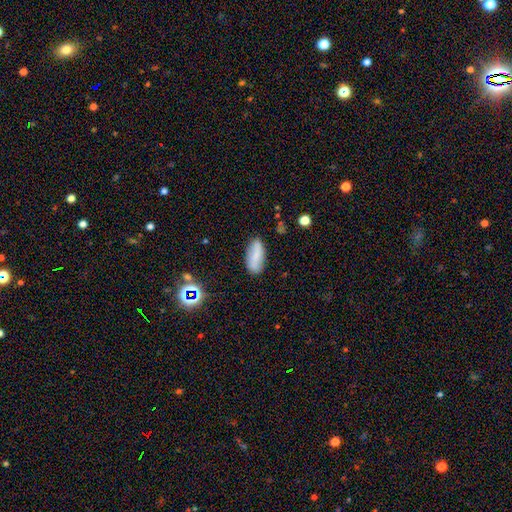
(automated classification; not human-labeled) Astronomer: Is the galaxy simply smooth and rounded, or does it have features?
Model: smooth — 73%.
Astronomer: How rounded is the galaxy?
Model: in between — 78%.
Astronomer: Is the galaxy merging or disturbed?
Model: none — 82%.